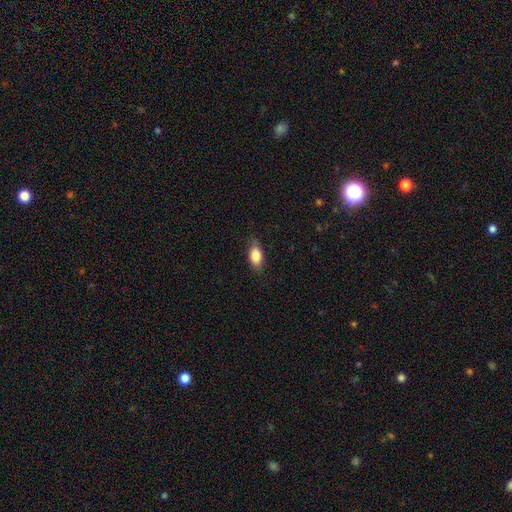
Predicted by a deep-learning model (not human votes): This appears to be a smooth galaxy with no disk features (81%) that is in between round and cigar-shaped (85%). Merging: none (79%).